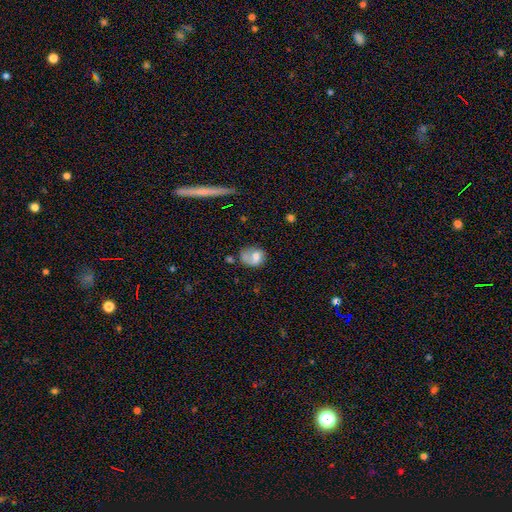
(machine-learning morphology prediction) This is possibly a smooth galaxy (56%). How rounded: possibly in between (50%). Merging: marginally none (42%).